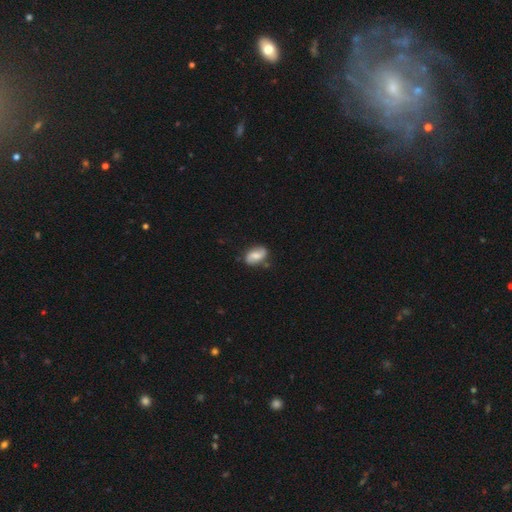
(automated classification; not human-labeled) Overall: featured or disk (50%; smooth 42%). Edge-on disk: no (96%). Merging: none (74%).